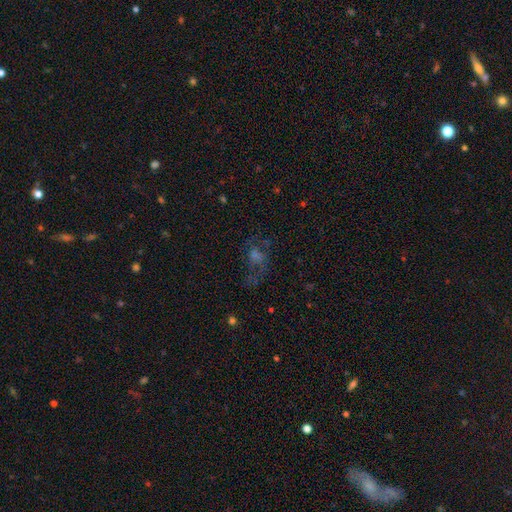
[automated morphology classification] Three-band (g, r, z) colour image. It shows a featured or disk galaxy (42%). Merging: none (49%).